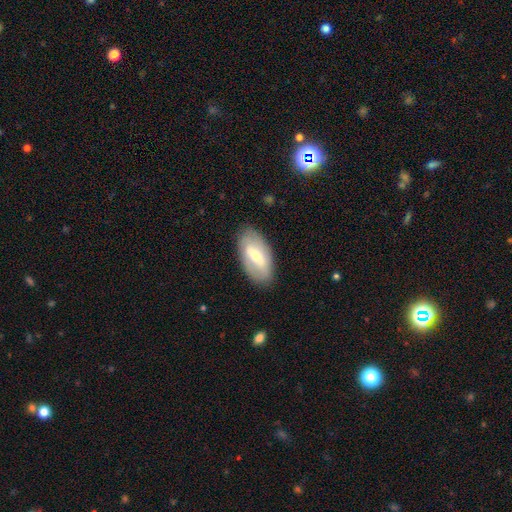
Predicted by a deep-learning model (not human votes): Smooth or featured? Predicted: featured or disk (p=0.52). Edge-on disk? Predicted: no (p=0.88). Merging? Predicted: none (p=0.83).